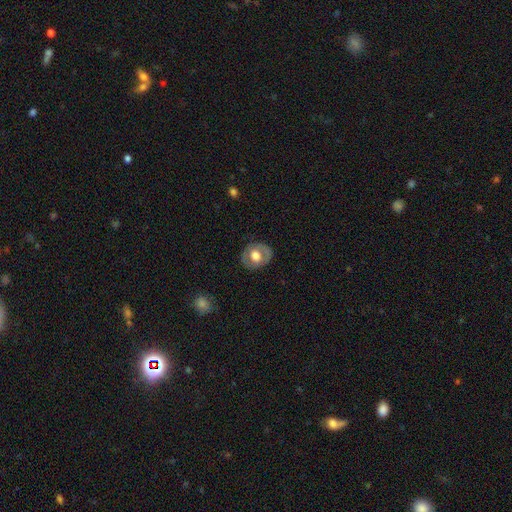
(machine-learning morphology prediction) Smooth or featured?
  - smooth: 49% *
  - featured or disk: 44%
  - star or artifact: 7%
Merging?
  - none: 81% *
  - minor disturbance: 13%
  - major disturbance: 4%
  - merger: 1%